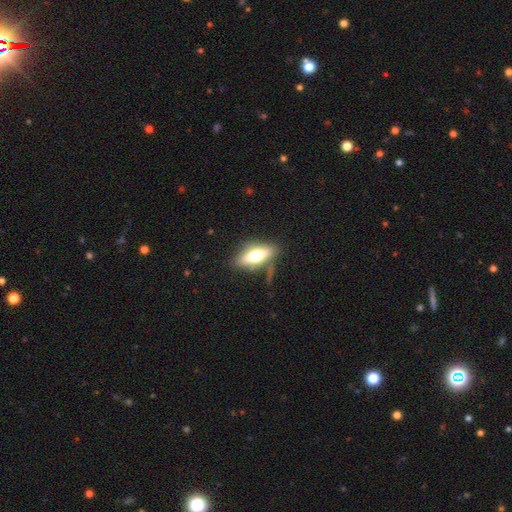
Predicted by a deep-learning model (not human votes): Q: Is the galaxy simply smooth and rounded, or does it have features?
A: smooth — 50%.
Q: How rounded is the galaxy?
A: in between — 63%.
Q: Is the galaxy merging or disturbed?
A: none — 73%.